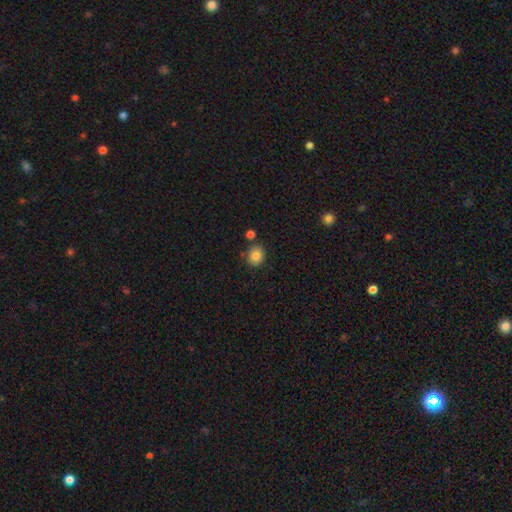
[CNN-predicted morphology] type=smooth (83%); roundness=round (71%); merging=none (79%).